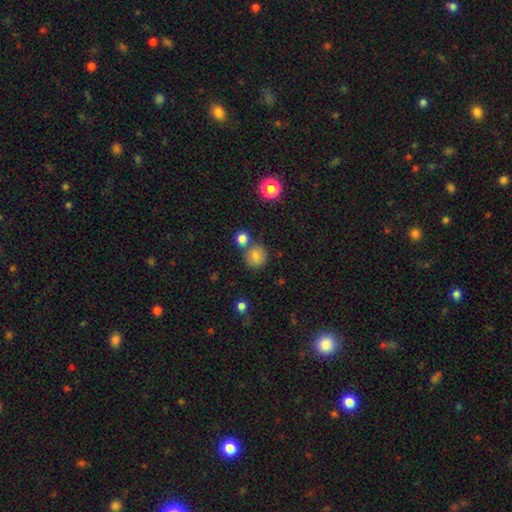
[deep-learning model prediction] A smooth galaxy with no disk features (81%) that is round (90%).

Vote fractions:
- Smooth or featured? smooth: 81% / star or artifact: 12% / featured or disk: 7%
- How rounded? round: 90% / in between: 9% / cigar-shaped: 1%
- Merging? none: 69% / merger: 19% / minor disturbance: 9% / major disturbance: 3%